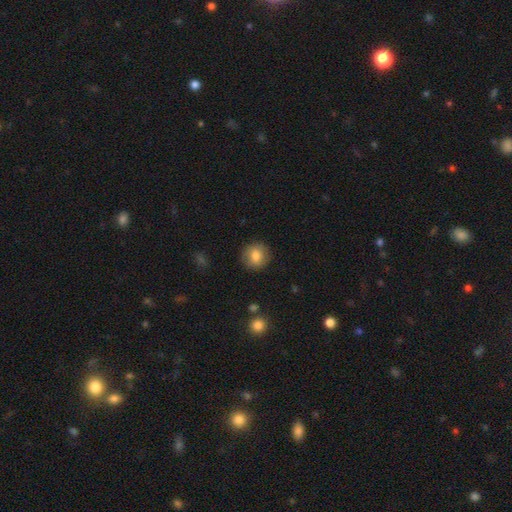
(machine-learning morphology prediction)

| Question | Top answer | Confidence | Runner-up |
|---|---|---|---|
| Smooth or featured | smooth | 80% | featured or disk (12%) |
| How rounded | round | 90% | in between (9%) |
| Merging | none | 87% | minor disturbance (9%) |